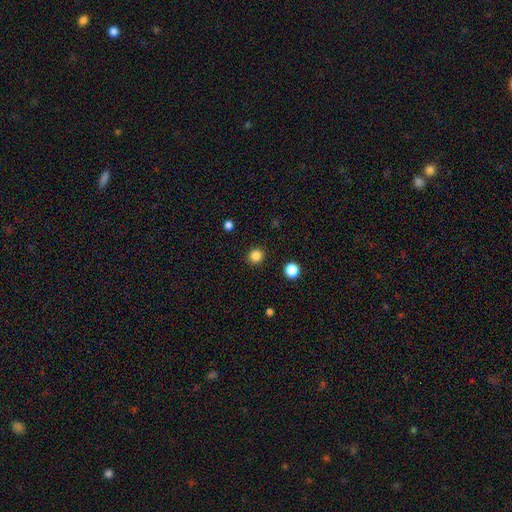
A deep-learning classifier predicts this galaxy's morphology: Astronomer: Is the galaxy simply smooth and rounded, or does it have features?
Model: smooth — 85%.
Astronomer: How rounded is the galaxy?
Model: round — 91%.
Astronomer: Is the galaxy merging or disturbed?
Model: none — 92%.